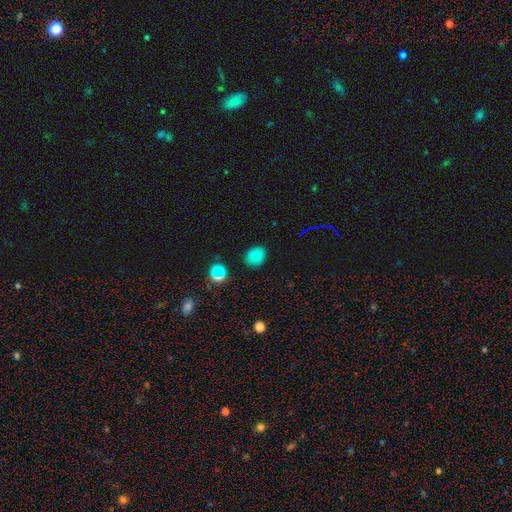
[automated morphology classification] A smooth galaxy with no disk features (80%) that is round (57%). Merging: none (86%).